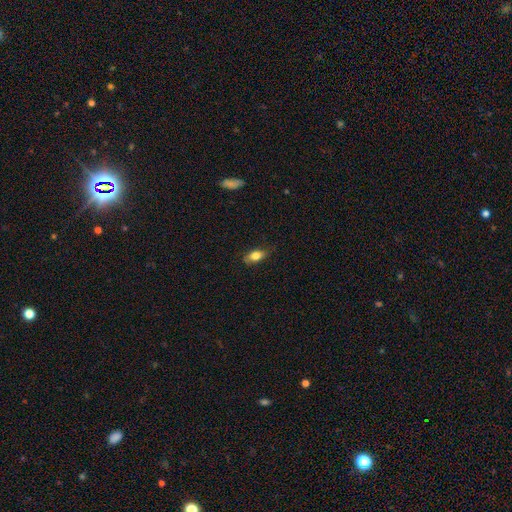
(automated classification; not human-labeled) Smooth or featured? smooth (78%)
How rounded? in between (85%)
Merging? none (76%)